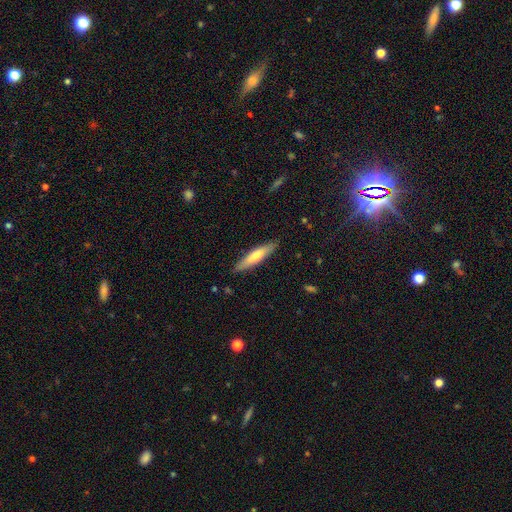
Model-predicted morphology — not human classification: Q: Smooth or featured?
A: smooth (62%); runner-up: featured or disk (33%)
Q: How rounded?
A: cigar-shaped (84%); runner-up: in between (14%)
Q: Merging?
A: none (88%); runner-up: minor disturbance (9%)